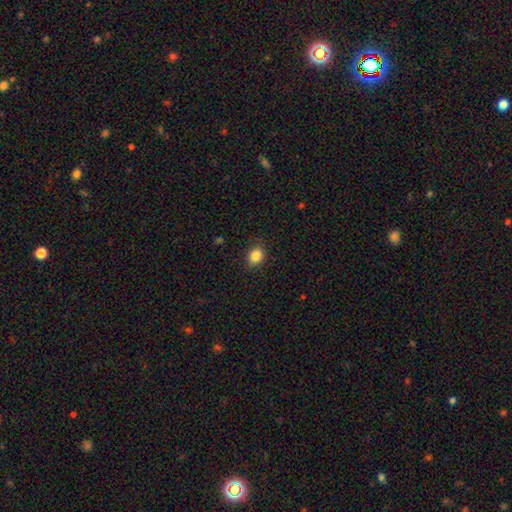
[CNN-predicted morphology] Smooth or featured? Predicted: smooth (p=0.85). How rounded? Predicted: in between (p=0.60). Merging? Predicted: none (p=0.84).